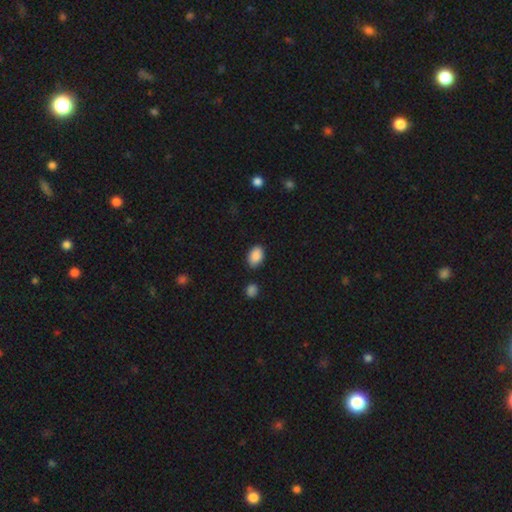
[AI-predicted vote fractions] Smooth or featured?
  - smooth: 89% *
  - star or artifact: 8%
  - featured or disk: 4%
How rounded?
  - in between: 86% *
  - round: 13%
  - cigar-shaped: 1%
Merging?
  - none: 81% *
  - minor disturbance: 13%
  - merger: 3%
  - major disturbance: 3%